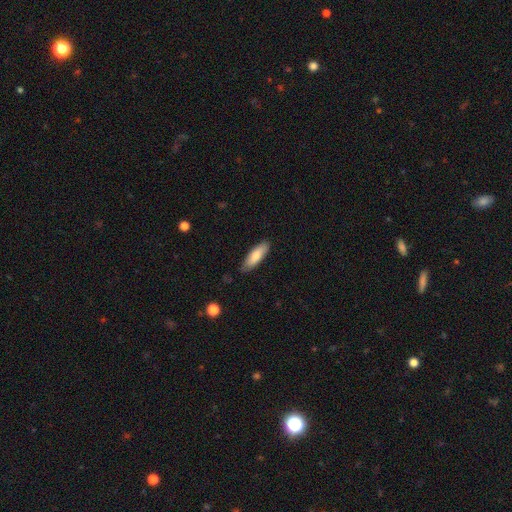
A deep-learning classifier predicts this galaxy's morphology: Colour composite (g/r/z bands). It shows a smooth galaxy with no disk features (78%) that is in between round and cigar-shaped (55%). Merging: none (82%).